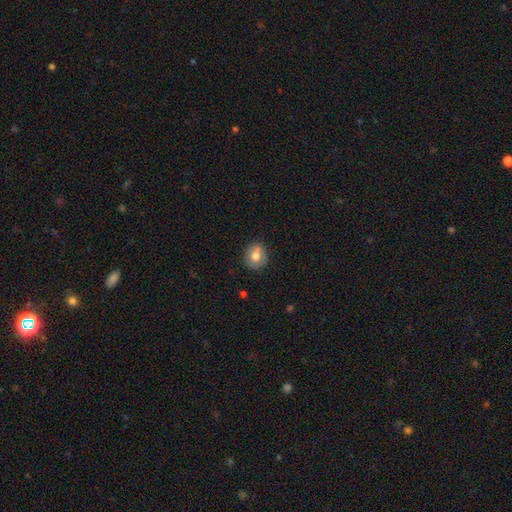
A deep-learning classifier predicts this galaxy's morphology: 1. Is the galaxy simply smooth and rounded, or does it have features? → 71% smooth, 20% featured or disk, 8% star or artifact.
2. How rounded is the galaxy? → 74% round, 25% in between, 1% cigar-shaped.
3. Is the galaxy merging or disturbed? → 82% none, 14% minor disturbance, 3% major disturbance, 2% merger.